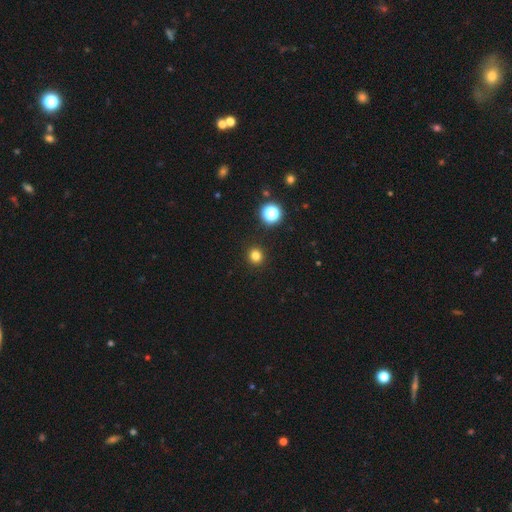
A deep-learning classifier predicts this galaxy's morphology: This appears to be a smooth galaxy with no disk features (80%) that is round (92%). Merging: none (93%).